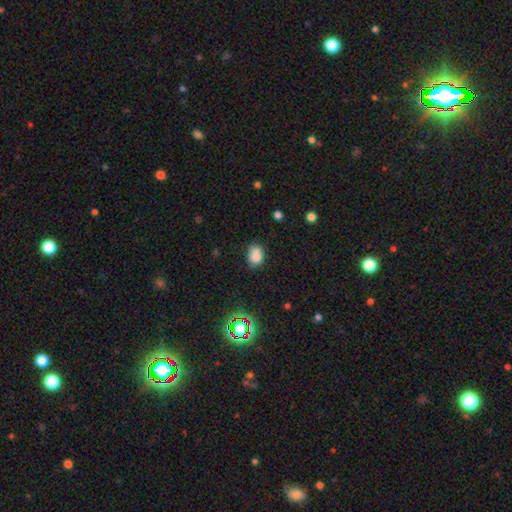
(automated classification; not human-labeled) Smooth or featured: smooth — 80% (star or artifact — 12%)
How rounded: in between — 65% (round — 34%)
Merging: none — 66% (minor disturbance — 23%)